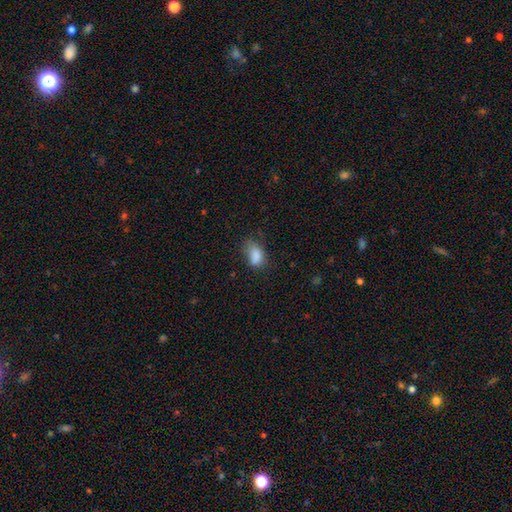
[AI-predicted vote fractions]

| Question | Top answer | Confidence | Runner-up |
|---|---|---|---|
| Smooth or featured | smooth | 83% | star or artifact (10%) |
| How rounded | in between | 88% | round (10%) |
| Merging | none | 41% | minor disturbance (37%) |